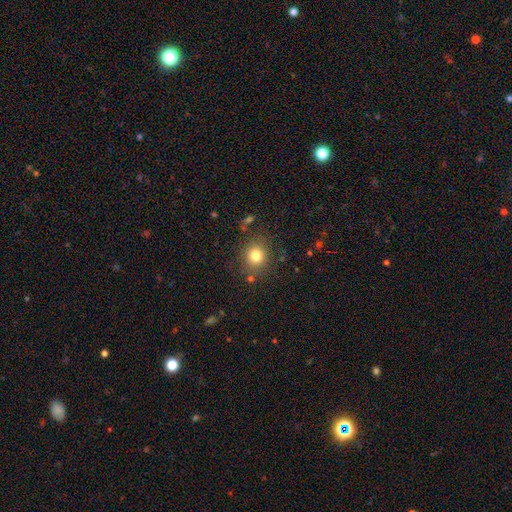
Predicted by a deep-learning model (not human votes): Smooth or featured?
  - smooth: 79% *
  - star or artifact: 13%
  - featured or disk: 8%
How rounded?
  - round: 82% *
  - in between: 17%
  - cigar-shaped: 1%
Merging?
  - none: 84% *
  - minor disturbance: 10%
  - major disturbance: 4%
  - merger: 3%